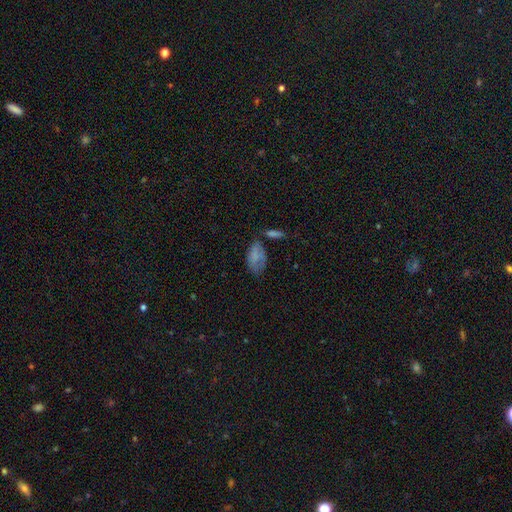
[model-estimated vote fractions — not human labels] A smooth galaxy with no disk features (72%) that is in between round and cigar-shaped (92%). Merging: none (44%).